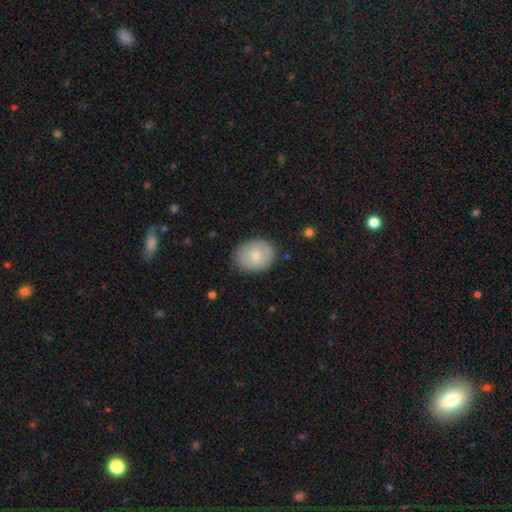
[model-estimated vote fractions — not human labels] Smooth or featured?
  - smooth: 69% *
  - featured or disk: 25%
  - star or artifact: 6%
How rounded?
  - in between: 50% *
  - round: 49%
  - cigar-shaped: 1%
Merging?
  - none: 84% *
  - minor disturbance: 12%
  - major disturbance: 3%
  - merger: 1%